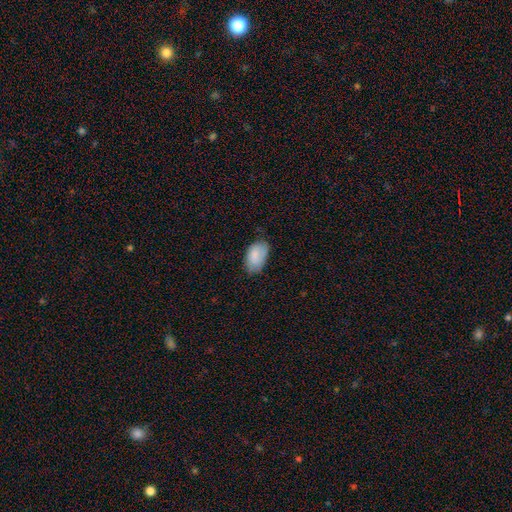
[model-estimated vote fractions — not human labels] Q: Smooth or featured?
A: smooth (84%); runner-up: featured or disk (10%)
Q: How rounded?
A: in between (94%); runner-up: round (4%)
Q: Merging?
A: none (64%); runner-up: minor disturbance (29%)